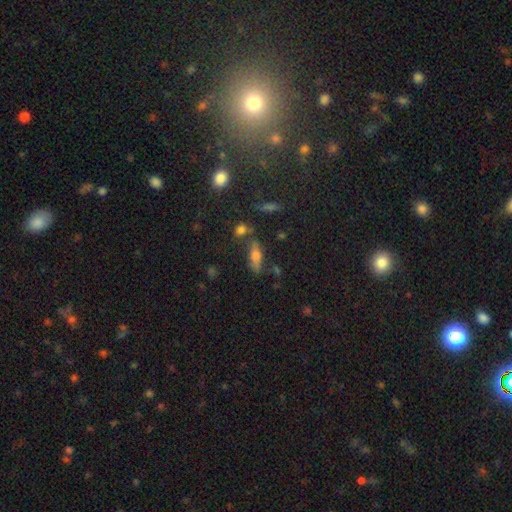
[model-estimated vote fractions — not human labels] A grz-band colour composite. It shows a smooth galaxy with no disk features (62%) that is in between round and cigar-shaped (58%). Merging: none (66%).